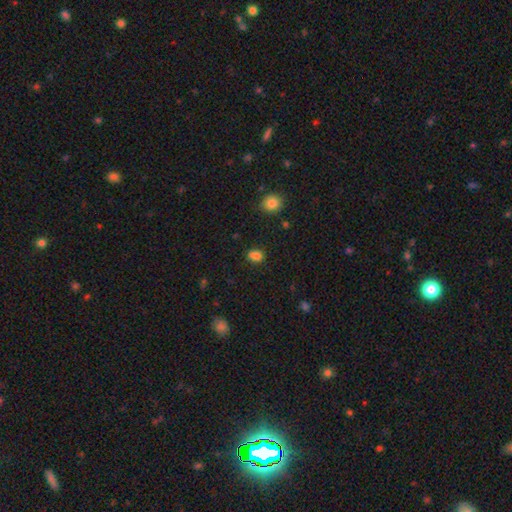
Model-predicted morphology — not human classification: Smooth or featured?
  - smooth: 79% *
  - star or artifact: 14%
  - featured or disk: 7%
How rounded?
  - in between: 54% *
  - round: 45%
  - cigar-shaped: 2%
Merging?
  - none: 59% *
  - merger: 22%
  - minor disturbance: 15%
  - major disturbance: 4%